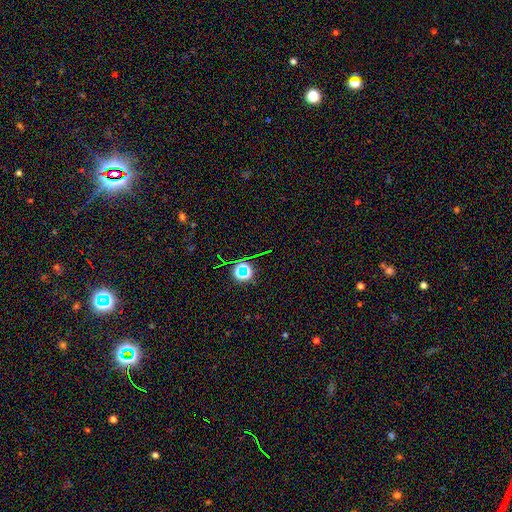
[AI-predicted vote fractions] Overall: star or artifact (77%).